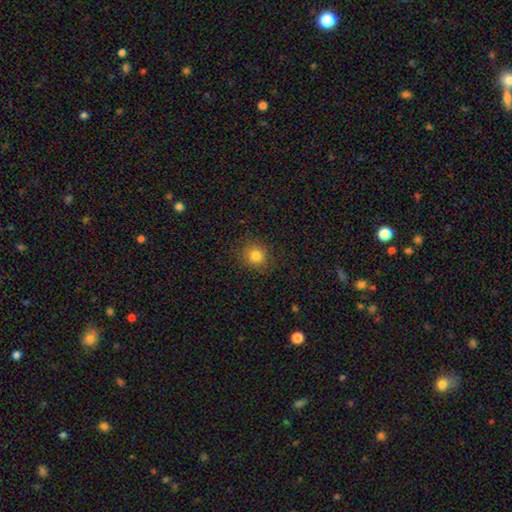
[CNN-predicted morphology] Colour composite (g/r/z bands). It shows a smooth galaxy with no disk features (82%) that is round (88%). Merging: none (88%).